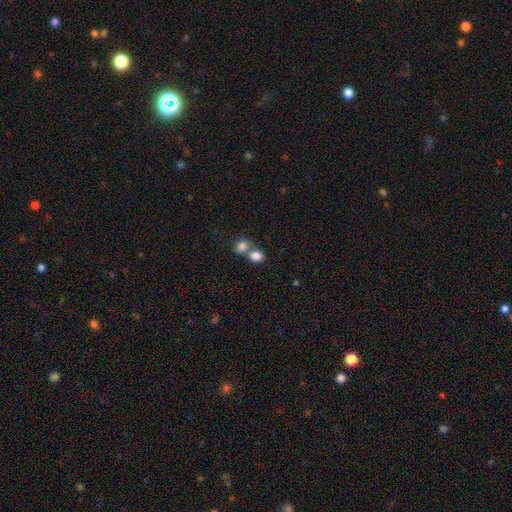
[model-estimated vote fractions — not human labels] smooth 83%, star or artifact 10%, featured or disk 7%. Down the decision tree: how rounded — round (66%); merging — merger (51%).